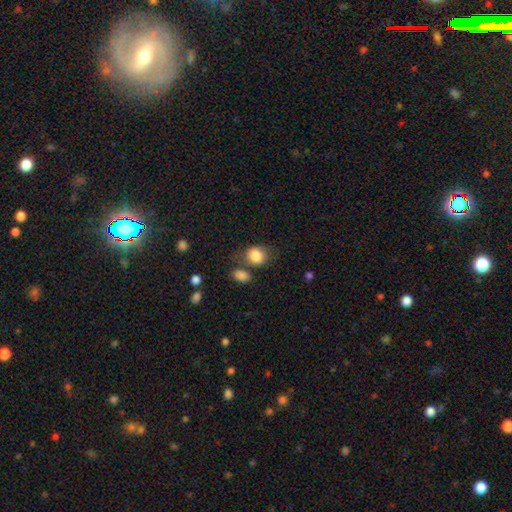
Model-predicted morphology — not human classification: This appears to be a smooth galaxy with no disk features (84%) that is round (54%). Merging: none (55%).